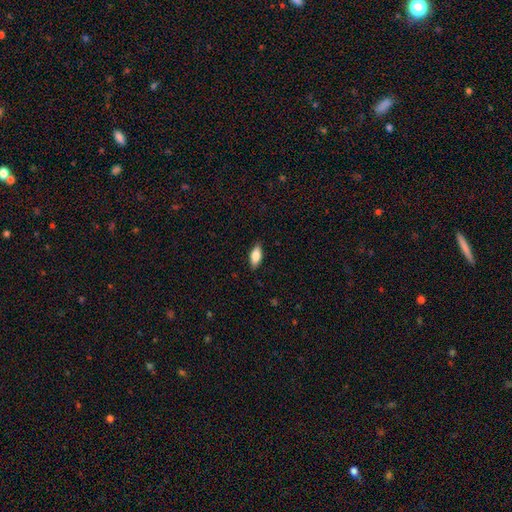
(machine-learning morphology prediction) Smooth or featured? Predicted: smooth (p=0.80). How rounded? Predicted: in between (p=0.84). Merging? Predicted: none (p=0.86).